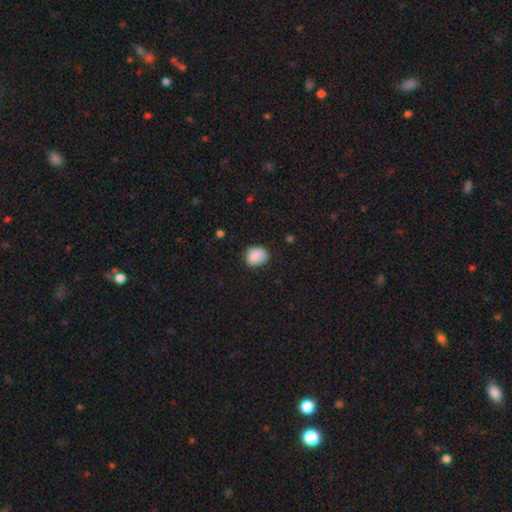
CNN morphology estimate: Q: Smooth or featured?
A: smooth (83%); runner-up: star or artifact (9%)
Q: How rounded?
A: in between (51%); runner-up: round (48%)
Q: Merging?
A: none (64%); runner-up: minor disturbance (26%)